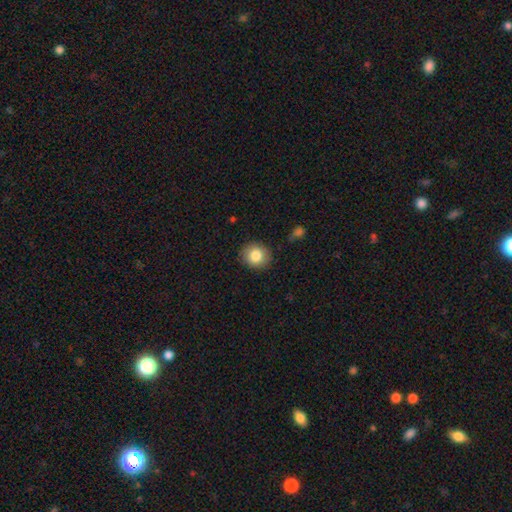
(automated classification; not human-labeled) Overall: smooth (83%). How rounded: round (81%). Merging: none (89%).